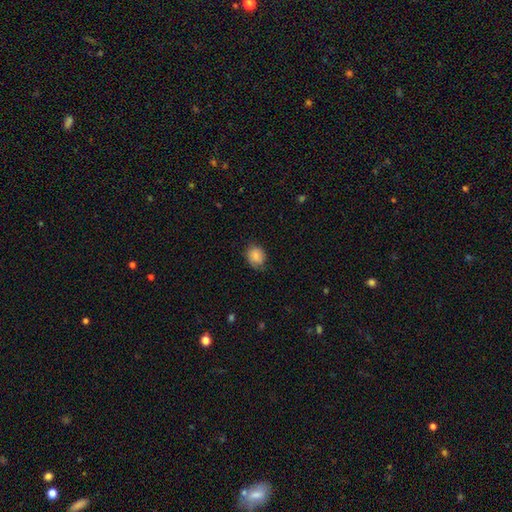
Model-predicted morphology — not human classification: smooth-or-featured: smooth: 80% | featured or disk: 12% | star or artifact: 8%
  how-rounded: round: 59% | in between: 40% | cigar-shaped: 1%
  merging: none: 68% | minor disturbance: 25% | major disturbance: 6% | merger: 1%